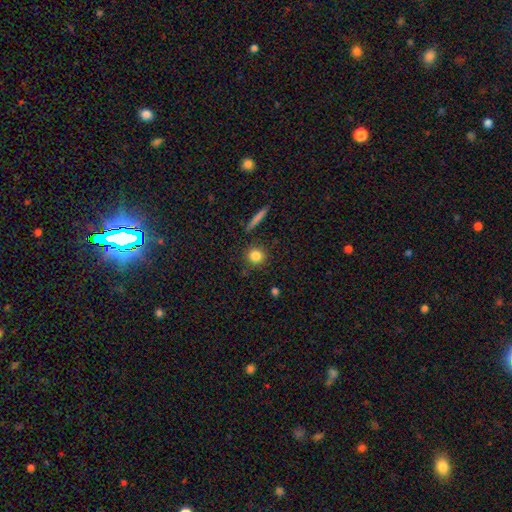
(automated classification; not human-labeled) Smooth or featured?
  - smooth: 83% *
  - star or artifact: 10%
  - featured or disk: 7%
How rounded?
  - round: 90% *
  - in between: 8%
  - cigar-shaped: 2%
Merging?
  - none: 86% *
  - minor disturbance: 8%
  - merger: 3%
  - major disturbance: 2%